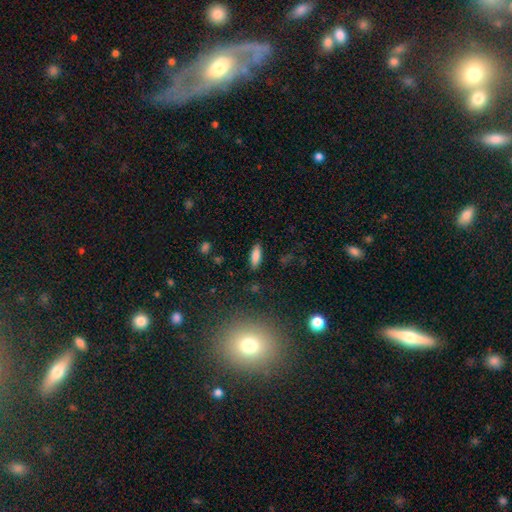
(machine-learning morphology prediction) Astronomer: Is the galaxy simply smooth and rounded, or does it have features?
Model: smooth — 84%.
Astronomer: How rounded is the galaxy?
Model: in between — 55% (runner-up: cigar-shaped, 43%).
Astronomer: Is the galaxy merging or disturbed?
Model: none — 87%.